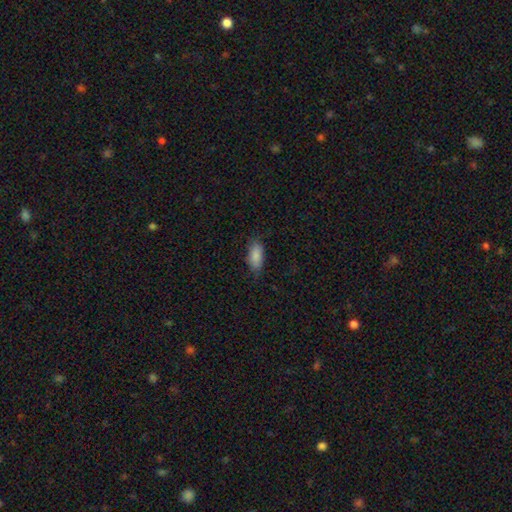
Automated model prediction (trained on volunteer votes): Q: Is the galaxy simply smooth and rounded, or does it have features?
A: smooth — 87%.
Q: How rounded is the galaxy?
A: in between — 88%.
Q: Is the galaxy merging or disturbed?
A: none — 74%.